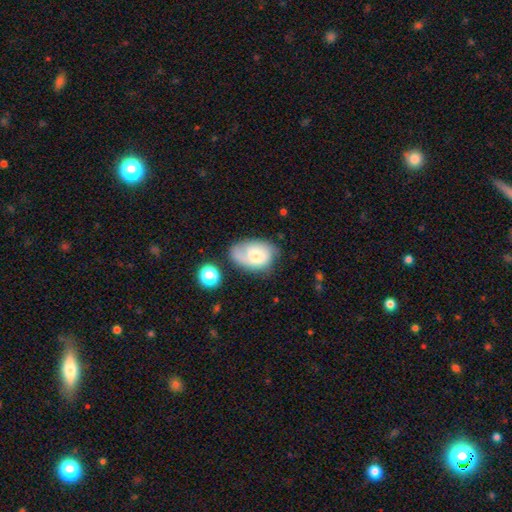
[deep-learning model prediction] smooth-or-featured: smooth: 51% | featured or disk: 40% | star or artifact: 9%
  how-rounded: in between: 81% | round: 18% | cigar-shaped: 1%
  merging: none: 50% | minor disturbance: 29% | major disturbance: 14% | merger: 8%